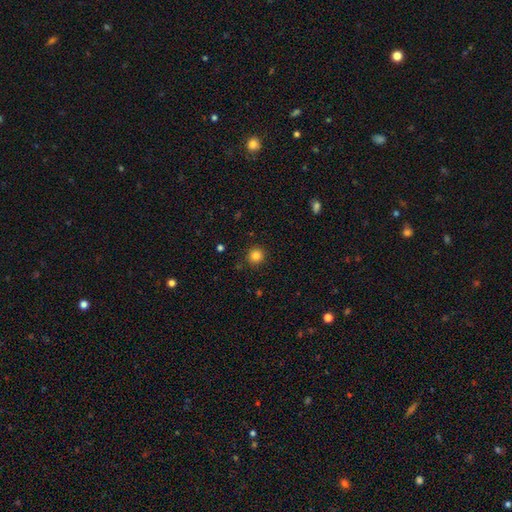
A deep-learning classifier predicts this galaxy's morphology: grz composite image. It shows a smooth galaxy with no disk features (83%) that is round (94%). Merging: none (90%).